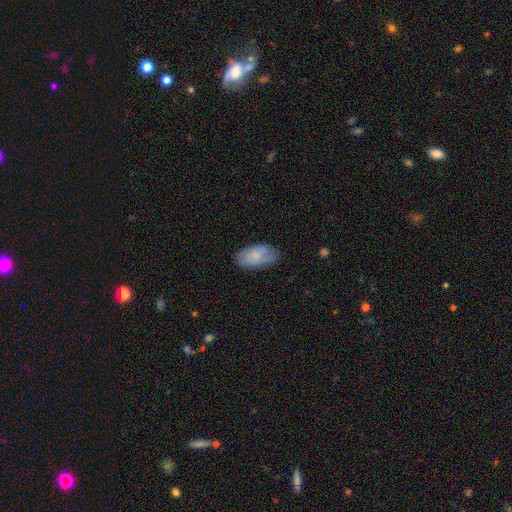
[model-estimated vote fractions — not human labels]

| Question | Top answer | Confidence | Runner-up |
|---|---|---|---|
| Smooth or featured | smooth | 73% | featured or disk (20%) |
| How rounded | in between | 94% | cigar-shaped (3%) |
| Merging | none | 70% | minor disturbance (23%) |